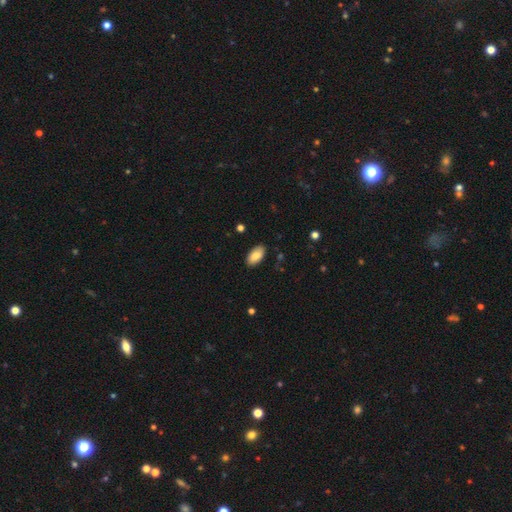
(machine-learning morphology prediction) This appears to be a smooth galaxy with no disk features (85%) that is in between round and cigar-shaped (94%). Merging: none (87%).